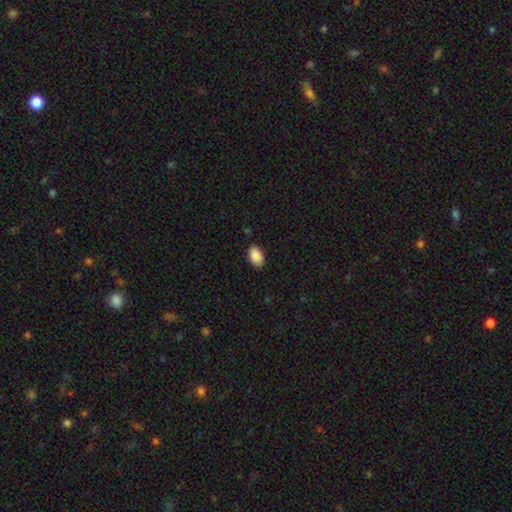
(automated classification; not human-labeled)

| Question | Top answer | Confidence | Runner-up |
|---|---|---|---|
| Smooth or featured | smooth | 90% | star or artifact (7%) |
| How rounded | in between | 93% | round (6%) |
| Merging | none | 85% | minor disturbance (12%) |